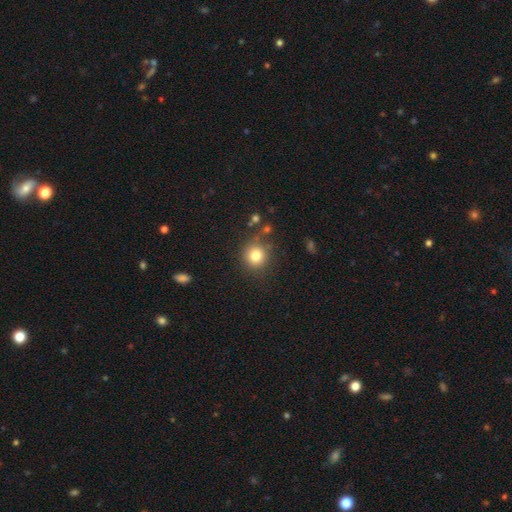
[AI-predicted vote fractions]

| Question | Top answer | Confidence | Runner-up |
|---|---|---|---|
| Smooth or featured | smooth | 80% | star or artifact (12%) |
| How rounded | round | 90% | in between (9%) |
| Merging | none | 79% | minor disturbance (12%) |